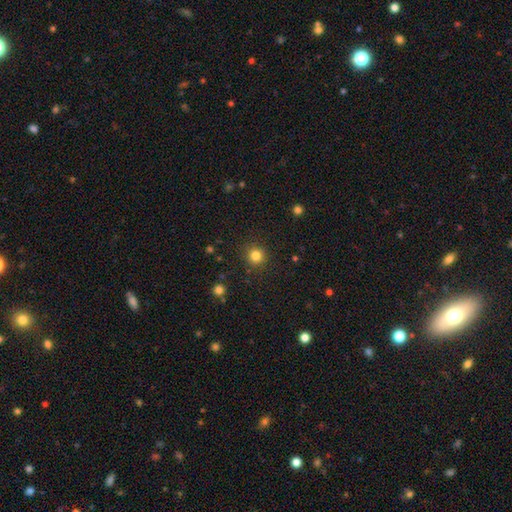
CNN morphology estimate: Smooth or featured? smooth (82%)
How rounded? round (95%)
Merging? none (90%)